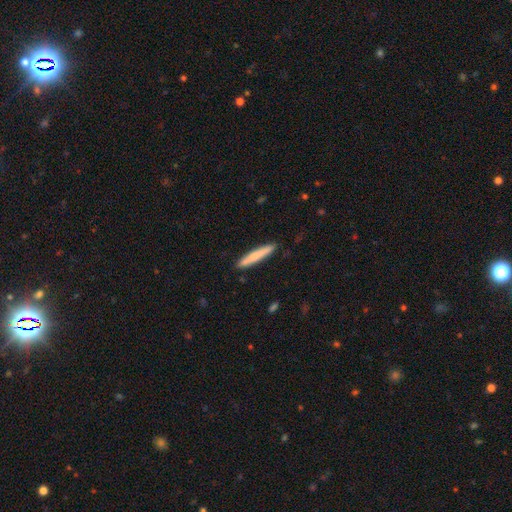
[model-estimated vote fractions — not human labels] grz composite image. It shows a smooth galaxy with no disk features (77%) that is cigar-shaped (95%). Merging: none (89%).